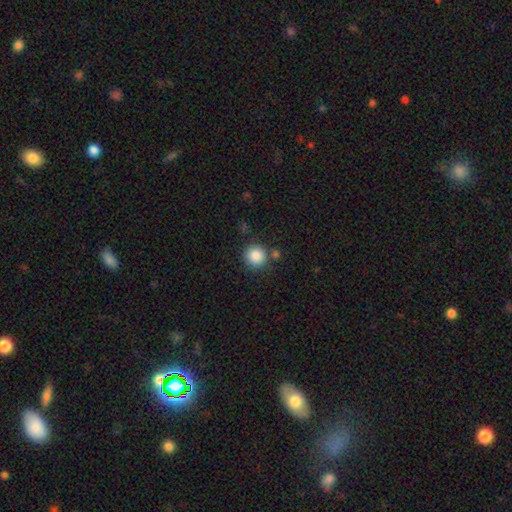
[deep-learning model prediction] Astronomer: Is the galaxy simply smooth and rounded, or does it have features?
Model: smooth — 87%.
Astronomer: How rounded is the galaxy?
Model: round — 94%.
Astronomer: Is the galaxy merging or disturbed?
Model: none — 80%.